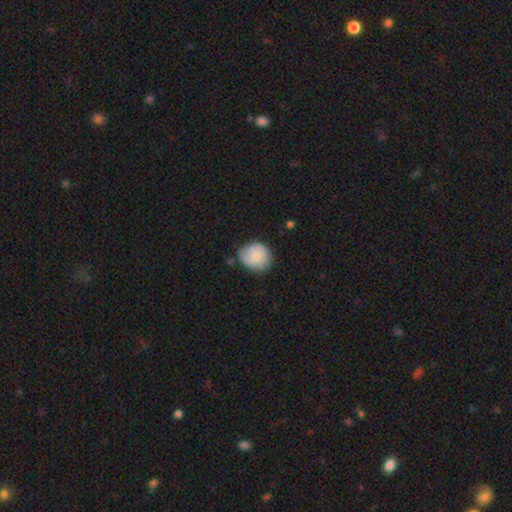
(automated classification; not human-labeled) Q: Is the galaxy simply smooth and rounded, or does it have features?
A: smooth — 63%.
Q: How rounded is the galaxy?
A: round — 73%.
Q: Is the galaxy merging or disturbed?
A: none — 59%.